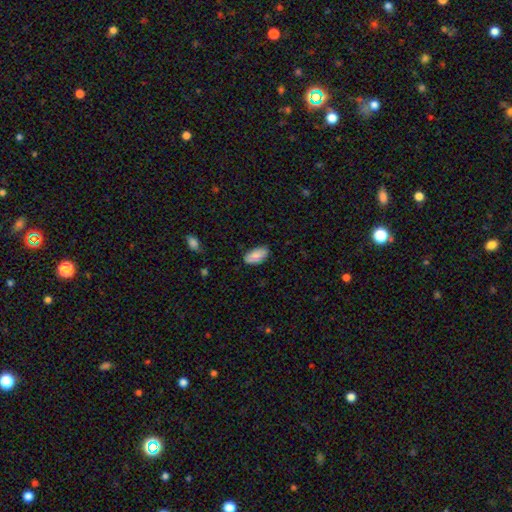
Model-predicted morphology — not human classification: A smooth galaxy with no disk features (82%) that is in between round and cigar-shaped (95%).

Vote fractions:
- Smooth or featured? smooth: 82% / featured or disk: 11% / star or artifact: 6%
- How rounded? in between: 95% / round: 3% / cigar-shaped: 3%
- Merging? none: 78% / minor disturbance: 18% / major disturbance: 3% / merger: 1%